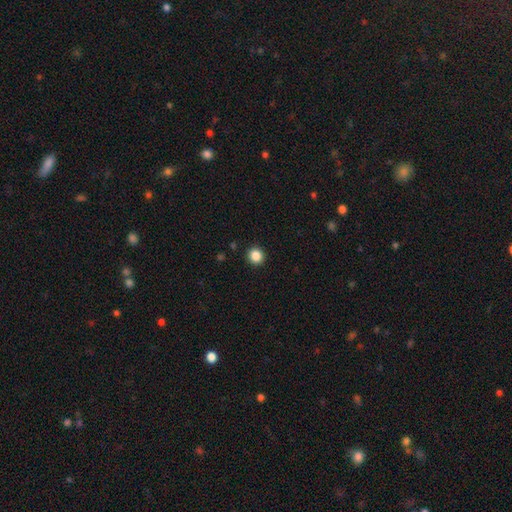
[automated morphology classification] type=smooth (86%); roundness=round (91%); merging=none (92%).